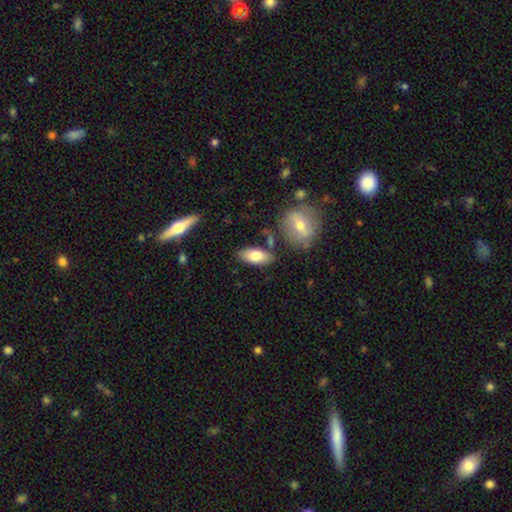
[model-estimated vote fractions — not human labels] smooth_or_featured: smooth (p=0.77) [alt: featured or disk p=0.17]
how_rounded: in between (p=0.88) [alt: cigar-shaped p=0.09]
merging: none (p=0.77) [alt: minor disturbance p=0.13]